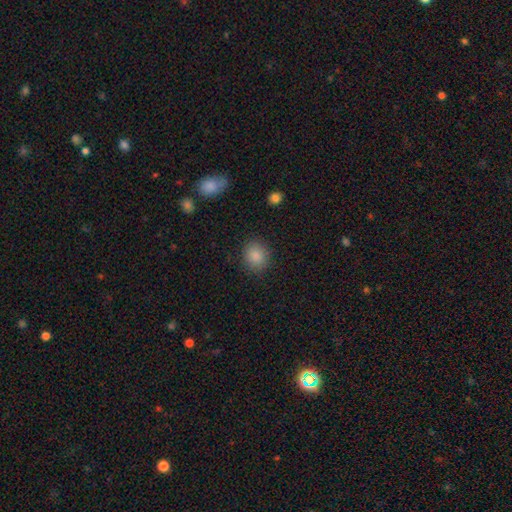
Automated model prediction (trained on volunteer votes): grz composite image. It shows a smooth galaxy with no disk features (87%) that is round (72%). Merging: none (87%).